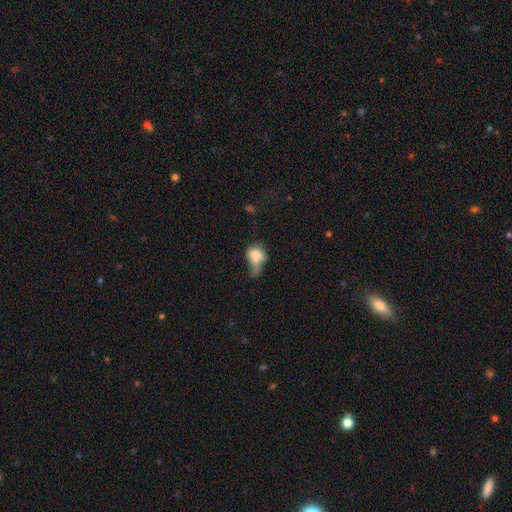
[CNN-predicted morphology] Smooth or featured?
  - smooth: 72% *
  - featured or disk: 17%
  - star or artifact: 11%
How rounded?
  - in between: 65% *
  - round: 32%
  - cigar-shaped: 3%
Merging?
  - major disturbance: 41% *
  - minor disturbance: 24%
  - merger: 18%
  - none: 16%